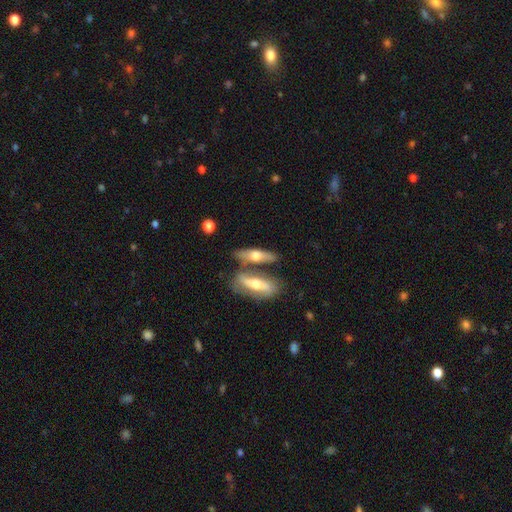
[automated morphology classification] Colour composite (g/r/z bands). It shows a smooth galaxy with no disk features (48%). Merging: none (51%).